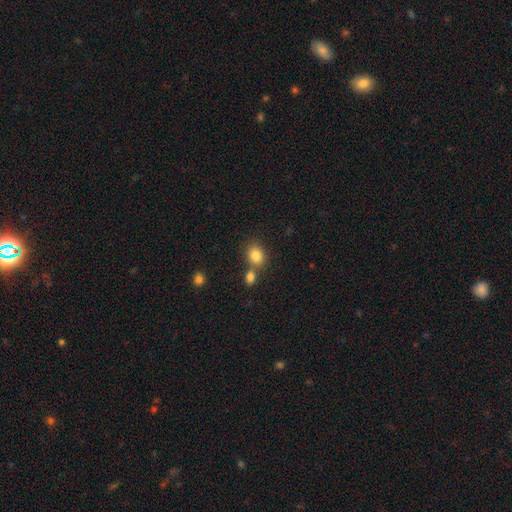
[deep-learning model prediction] Smooth or featured? Predicted: smooth (p=0.84). How rounded? Predicted: in between (p=0.51). Merging? Predicted: none (p=0.56).